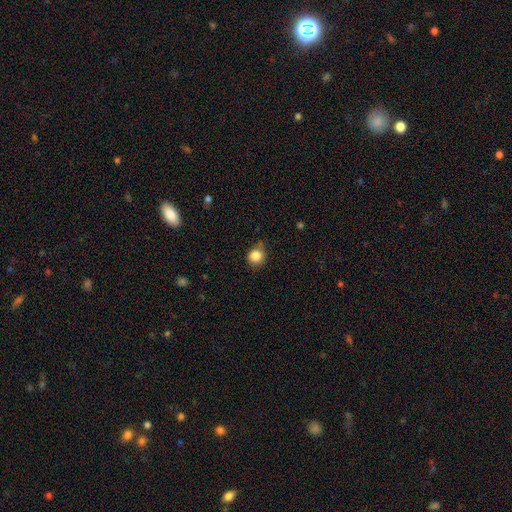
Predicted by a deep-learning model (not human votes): smooth 85%, star or artifact 10%, featured or disk 5%. Down the decision tree: how rounded — round (86%); merging — none (71%).